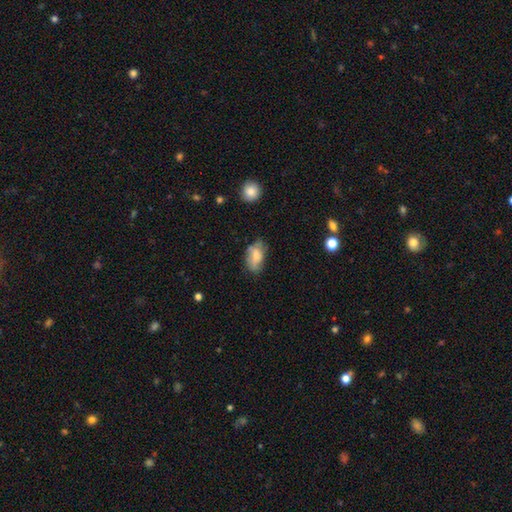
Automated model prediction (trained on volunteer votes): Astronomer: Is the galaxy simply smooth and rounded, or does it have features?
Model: smooth — 71%.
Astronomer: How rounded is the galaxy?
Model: in between — 91%.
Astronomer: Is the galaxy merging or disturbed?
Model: none — 52% (runner-up: minor disturbance, 33%).